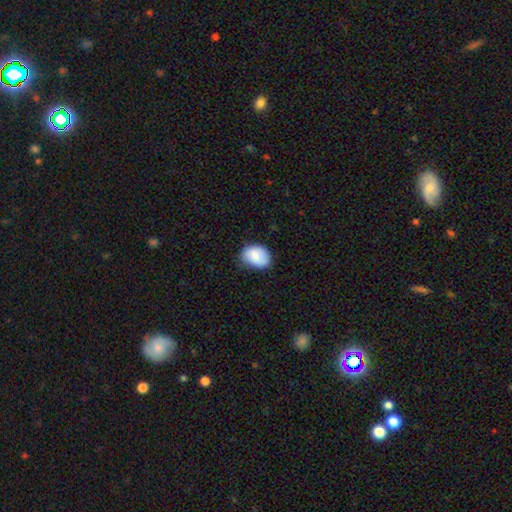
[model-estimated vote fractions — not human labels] The model was most divided on "how rounded": in between: 70%, round: 29%, cigar-shaped: 1%. More confident: smooth or featured — smooth (82%); merging — none (69%).